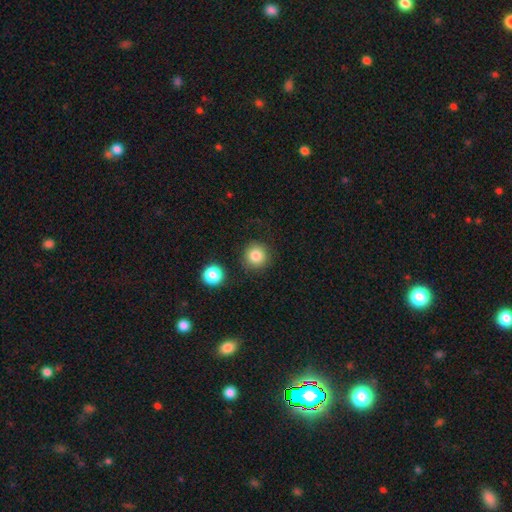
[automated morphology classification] smooth 83%, star or artifact 11%, featured or disk 6%. Down the decision tree: how rounded — round (94%); merging — none (85%).